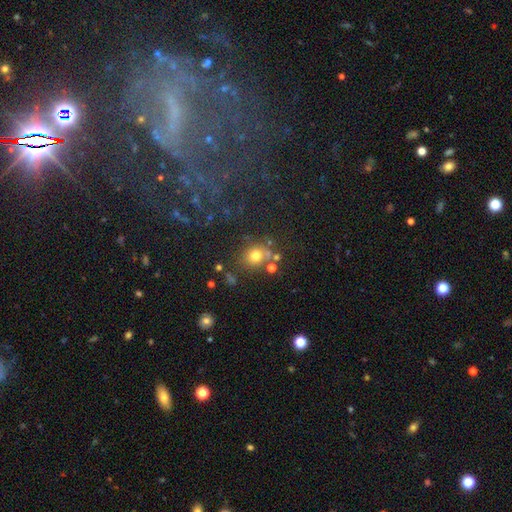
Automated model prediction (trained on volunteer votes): smooth-or-featured: smooth: 71% | star or artifact: 18% | featured or disk: 11%
  how-rounded: round: 78% | in between: 21% | cigar-shaped: 1%
  merging: none: 69% | minor disturbance: 14% | merger: 11% | major disturbance: 6%